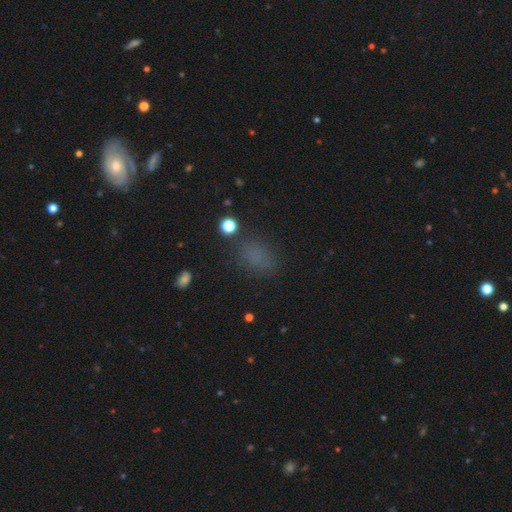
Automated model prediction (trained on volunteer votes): Smooth or featured: smooth — 69% (star or artifact — 24%)
How rounded: in between — 71% (round — 26%)
Merging: none — 76% (minor disturbance — 14%)